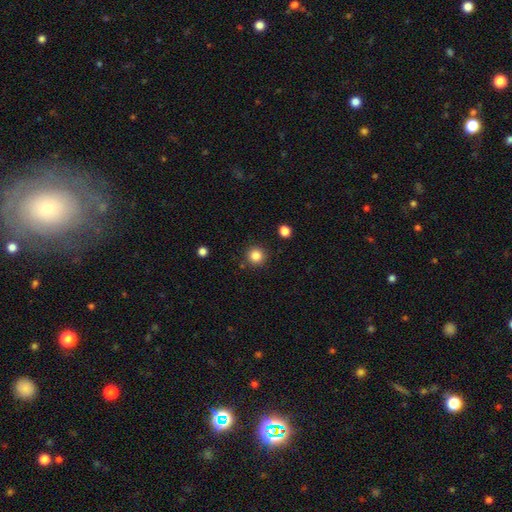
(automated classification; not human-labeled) Smooth or featured? smooth (85%)
How rounded? round (94%)
Merging? none (89%)